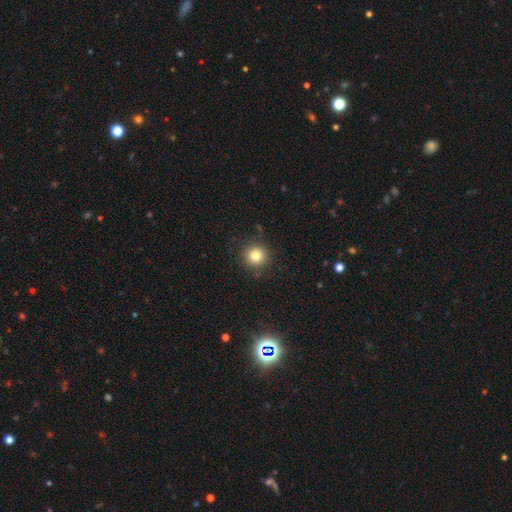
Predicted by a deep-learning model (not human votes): smooth-or-featured: smooth: 82% | star or artifact: 12% | featured or disk: 6%
  how-rounded: round: 94% | in between: 5% | cigar-shaped: 1%
  merging: none: 89% | minor disturbance: 7% | major disturbance: 3% | merger: 1%